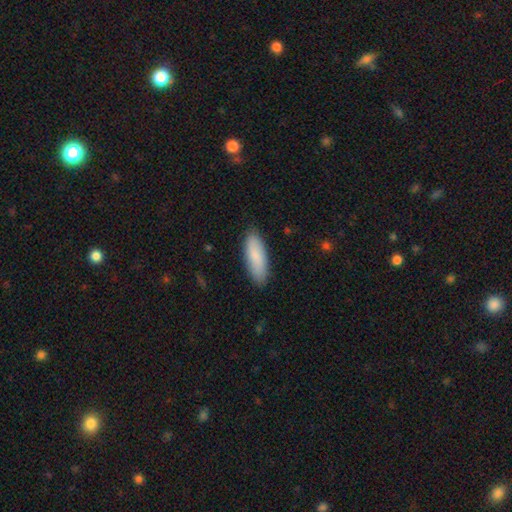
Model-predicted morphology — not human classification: The model was most divided on "how rounded": in between: 64%, cigar-shaped: 34%, round: 2%. More confident: merging — none (86%); smooth or featured — smooth (84%).